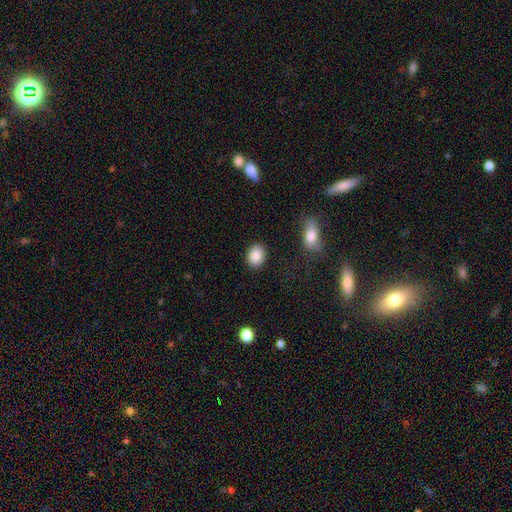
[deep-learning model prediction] This is clearly a smooth galaxy (88%). How rounded: possibly in between (57%). Merging: clearly none (88%).